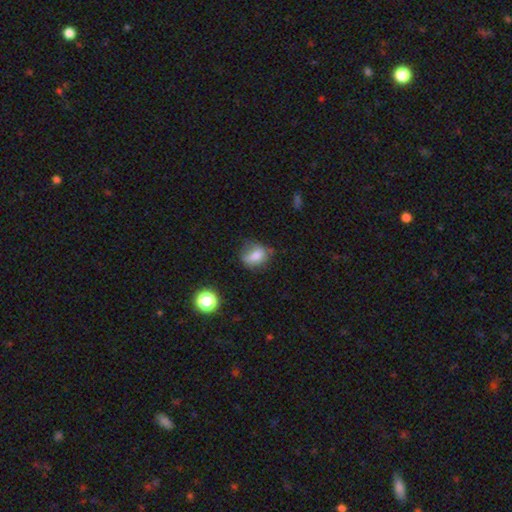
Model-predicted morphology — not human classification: smooth_or_featured: smooth (p=0.76) [alt: featured or disk p=0.13]
how_rounded: in between (p=0.60) [alt: round p=0.37]
merging: none (p=0.50) [alt: minor disturbance p=0.32]